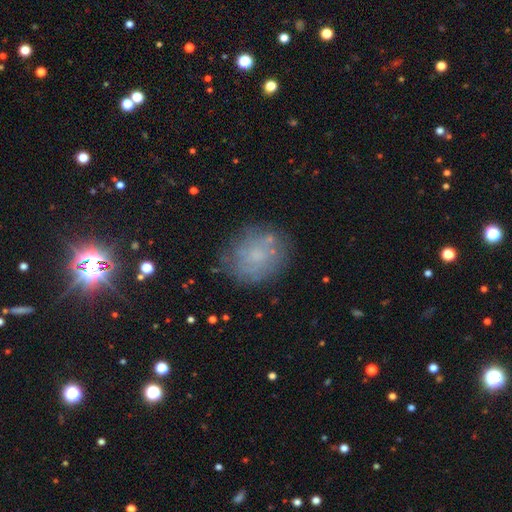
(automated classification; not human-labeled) This is possibly a smooth galaxy (49%). Merging: likely none (70%).